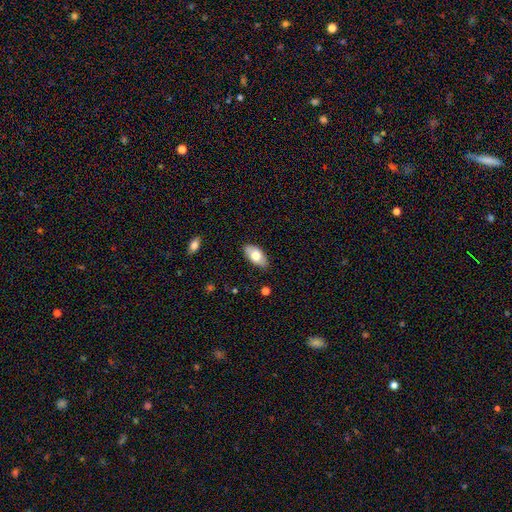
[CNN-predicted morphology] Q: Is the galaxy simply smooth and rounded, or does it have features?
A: smooth — 72%.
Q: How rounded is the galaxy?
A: in between — 93%.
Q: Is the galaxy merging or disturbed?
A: none — 84%.